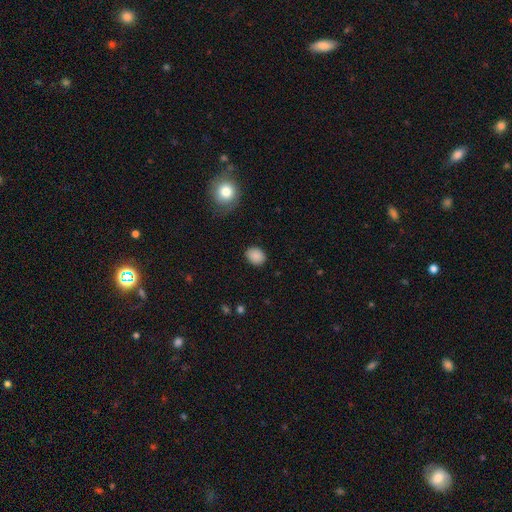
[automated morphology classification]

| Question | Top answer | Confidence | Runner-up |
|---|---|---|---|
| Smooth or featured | smooth | 87% | star or artifact (9%) |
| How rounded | round | 52% | in between (47%) |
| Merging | none | 86% | minor disturbance (10%) |